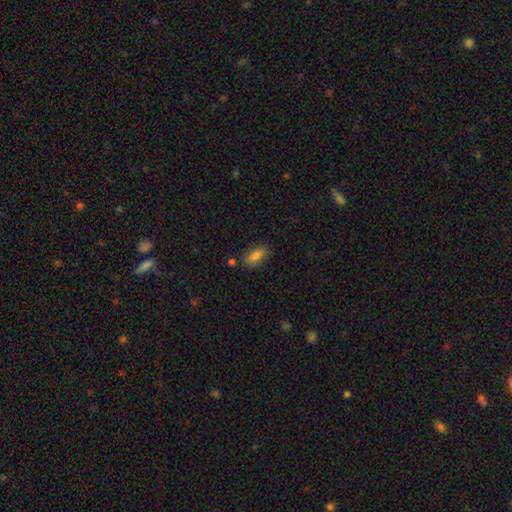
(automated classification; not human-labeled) Smooth or featured?
  - smooth: 82% *
  - featured or disk: 11%
  - star or artifact: 8%
How rounded?
  - in between: 80% *
  - cigar-shaped: 16%
  - round: 3%
Merging?
  - none: 81% *
  - minor disturbance: 12%
  - merger: 4%
  - major disturbance: 3%